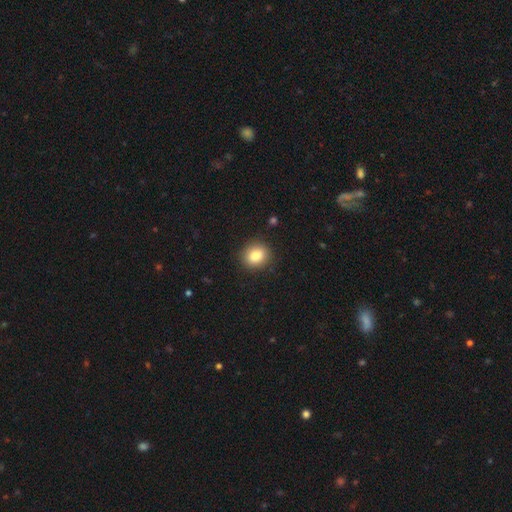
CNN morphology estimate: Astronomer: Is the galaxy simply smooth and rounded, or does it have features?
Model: smooth — 85%.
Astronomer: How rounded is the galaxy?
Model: round — 64%.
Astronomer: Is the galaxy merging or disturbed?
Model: none — 88%.